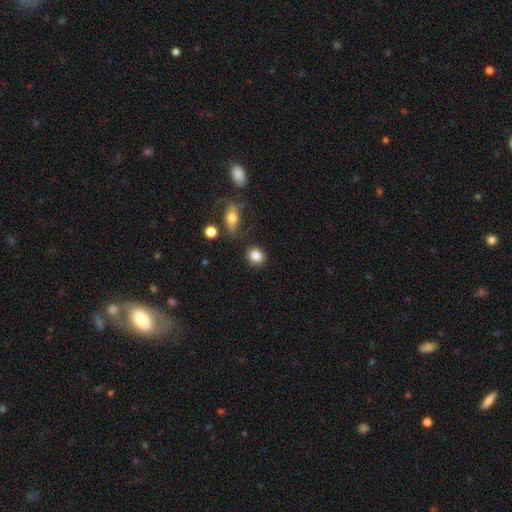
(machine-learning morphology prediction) type=smooth (84%); roundness=round (75%); merging=none (79%).